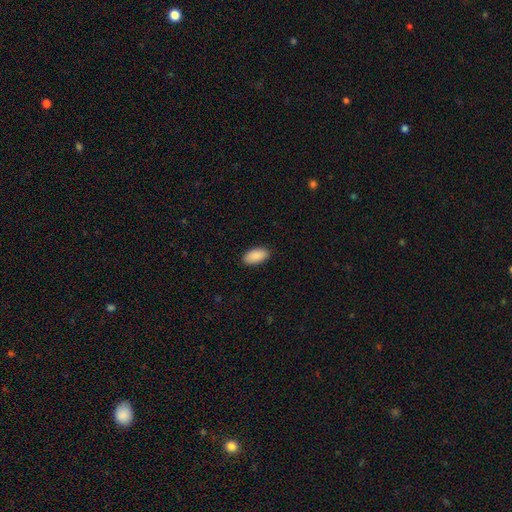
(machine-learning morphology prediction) This is clearly a smooth galaxy (91%). How rounded: clearly in between (95%). Merging: clearly none (90%).